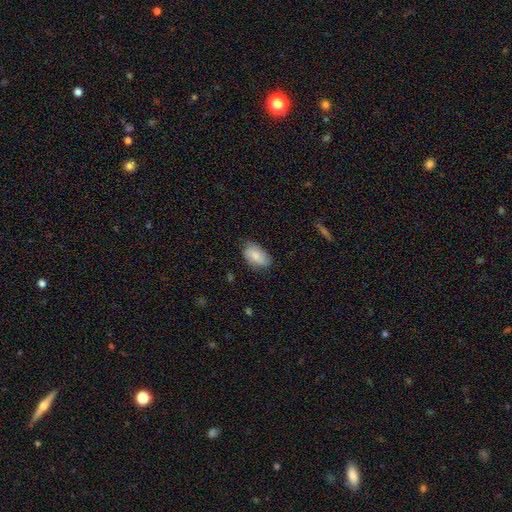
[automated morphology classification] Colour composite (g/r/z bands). It shows a smooth galaxy with no disk features (80%) that is in between round and cigar-shaped (92%). Merging: none (75%).